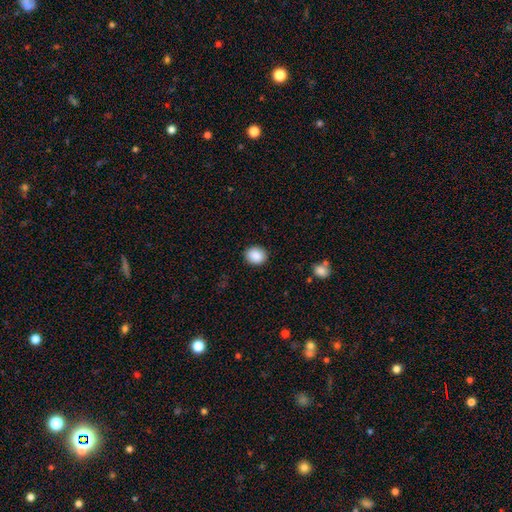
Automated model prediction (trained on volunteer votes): The model was most divided on "how rounded": round: 65%, in between: 34%, cigar-shaped: 1%. More confident: merging — none (90%); smooth or featured — smooth (89%).